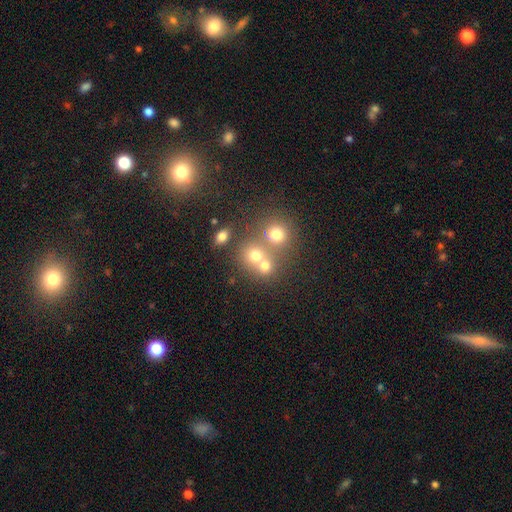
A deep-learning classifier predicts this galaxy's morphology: A smooth galaxy with no disk features (69%) that is round (78%).

Vote fractions:
- Smooth or featured? smooth: 69% / star or artifact: 17% / featured or disk: 14%
- How rounded? round: 78% / in between: 21% / cigar-shaped: 1%
- Merging? none: 47% / merger: 41% / minor disturbance: 8% / major disturbance: 4%